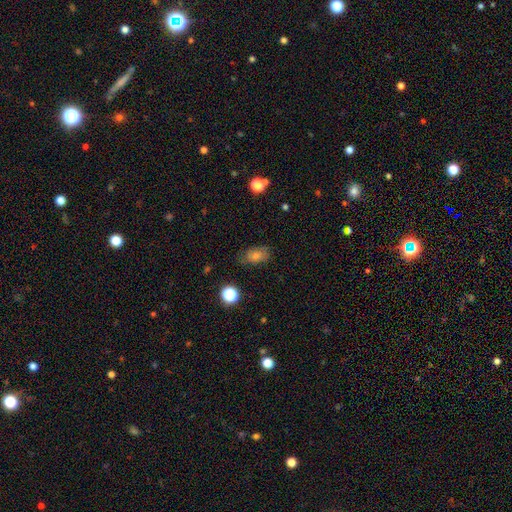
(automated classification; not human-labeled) This is likely a smooth galaxy (63%). How rounded: clearly in between (80%). Merging: likely none (77%).